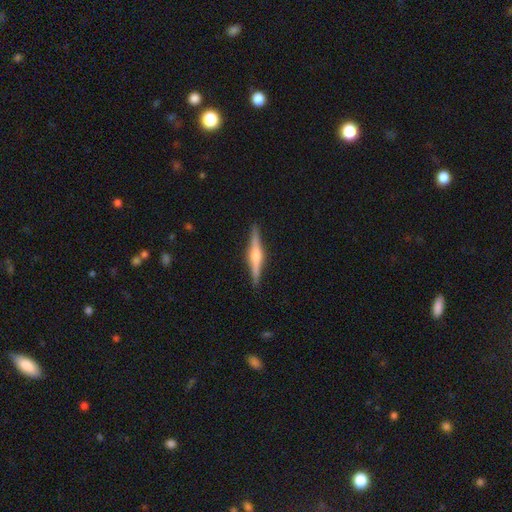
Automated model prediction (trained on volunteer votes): A featured or disk galaxy (78%) viewed edge-on (98%) with a rounded central bulge (84%).

Vote fractions:
- Smooth or featured? featured or disk: 78% / smooth: 17% / star or artifact: 5%
- Edge-on disk? yes: 98% / no: 2%
- Edge-on bulge? rounded: 84% / boxy: 12% / none: 4%
- Merging? none: 91% / minor disturbance: 6% / major disturbance: 1% / merger: 1%